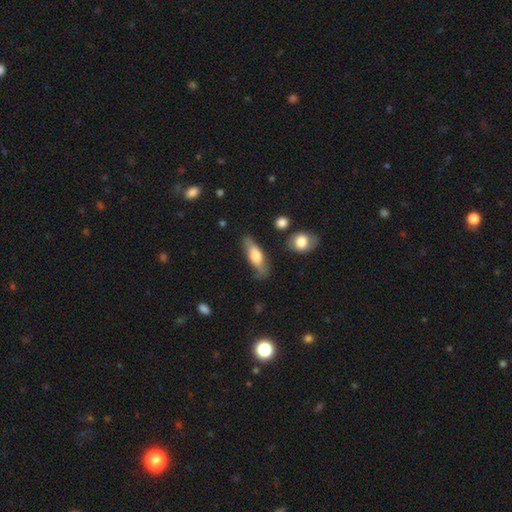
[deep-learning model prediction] smooth 62%, featured or disk 32%, star or artifact 6%. Down the decision tree: how rounded — in between (56%); merging — none (72%).